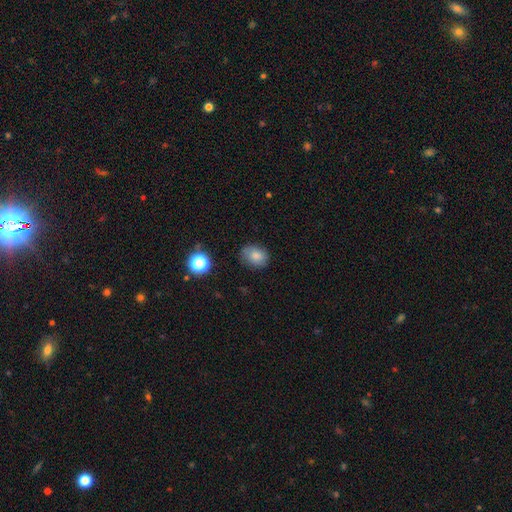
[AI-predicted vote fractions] Smooth or featured?
  - smooth: 81% *
  - star or artifact: 11%
  - featured or disk: 8%
How rounded?
  - in between: 59% *
  - round: 40%
  - cigar-shaped: 1%
Merging?
  - none: 77% *
  - minor disturbance: 18%
  - major disturbance: 4%
  - merger: 2%